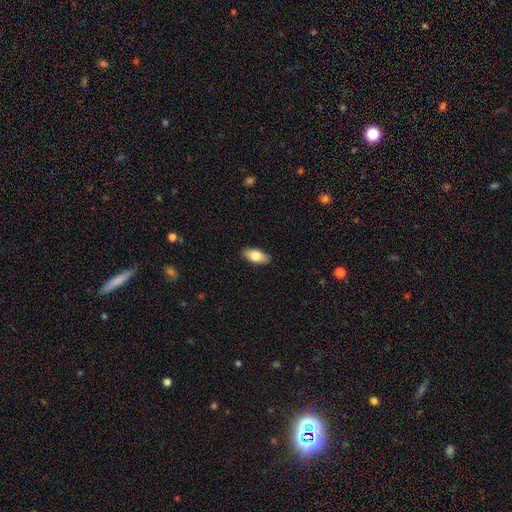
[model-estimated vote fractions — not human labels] Smooth or featured?
  - smooth: 77% *
  - featured or disk: 17%
  - star or artifact: 6%
How rounded?
  - in between: 87% *
  - cigar-shaped: 10%
  - round: 3%
Merging?
  - none: 89% *
  - minor disturbance: 8%
  - major disturbance: 2%
  - merger: 1%